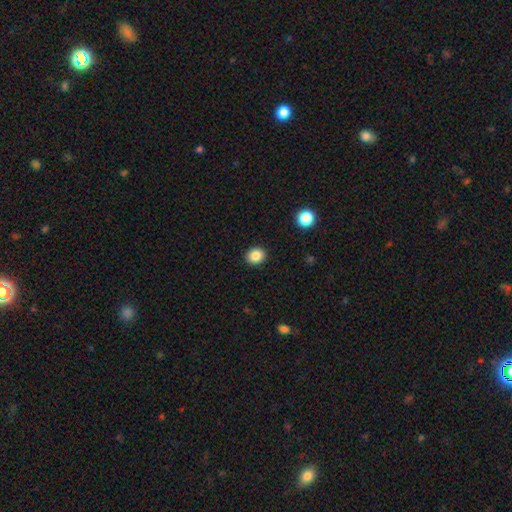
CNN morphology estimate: smooth_or_featured: smooth (p=0.86) [alt: star or artifact p=0.10]
how_rounded: round (p=0.74) [alt: in between p=0.25]
merging: none (p=0.92) [alt: minor disturbance p=0.05]